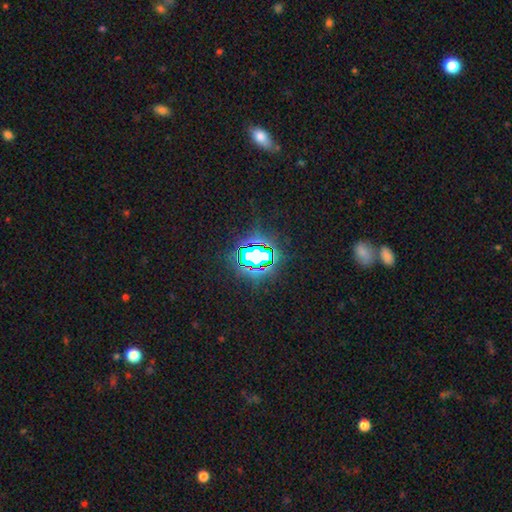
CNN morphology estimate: The model was most divided on "smooth or featured": star or artifact: 75%, smooth: 15%, featured or disk: 10%.